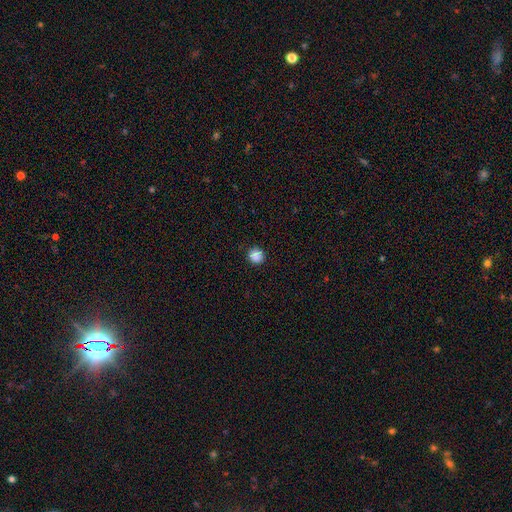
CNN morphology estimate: A smooth galaxy with no disk features (87%) that is round (93%). Merging: none (90%).